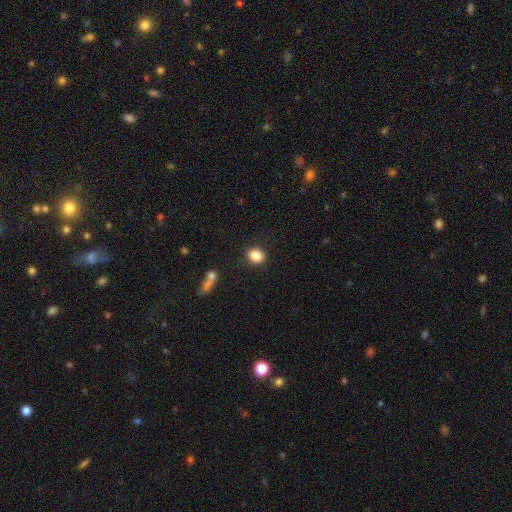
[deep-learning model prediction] Smooth or featured? smooth (85%)
How rounded? round (55%)
Merging? none (85%)